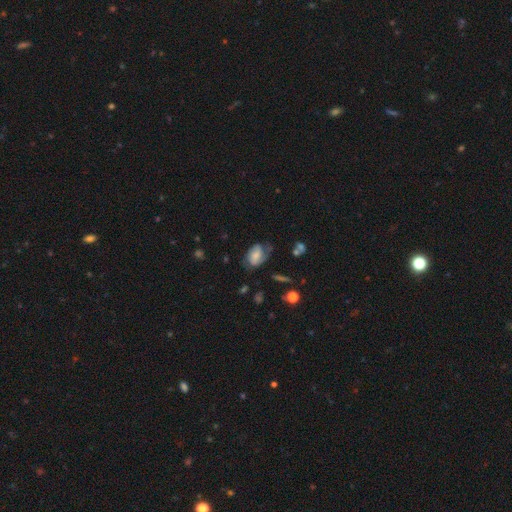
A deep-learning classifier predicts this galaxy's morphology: Overall: featured or disk (47%; smooth 44%). Merging: none (49%; minor disturbance 28%).